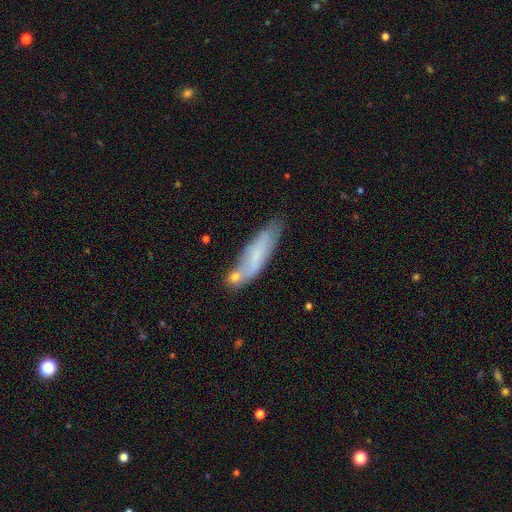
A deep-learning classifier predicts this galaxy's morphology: The model was most divided on "smooth or featured": smooth: 60%, featured or disk: 32%, star or artifact: 8%. More confident: how rounded — cigar-shaped (70%); merging — none (56%).